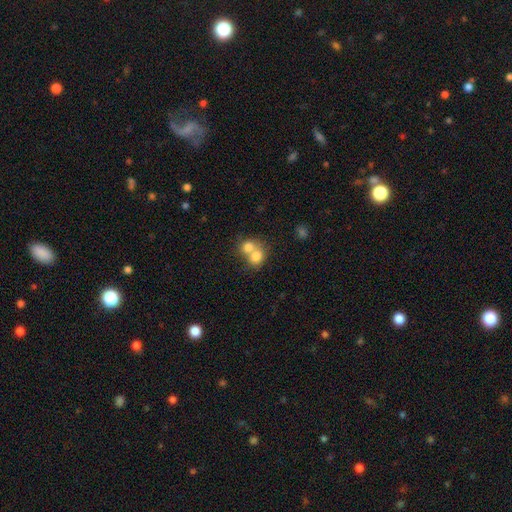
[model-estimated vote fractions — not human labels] This is likely a smooth galaxy (74%). How rounded: likely round (68%). Merging: likely merger (69%).